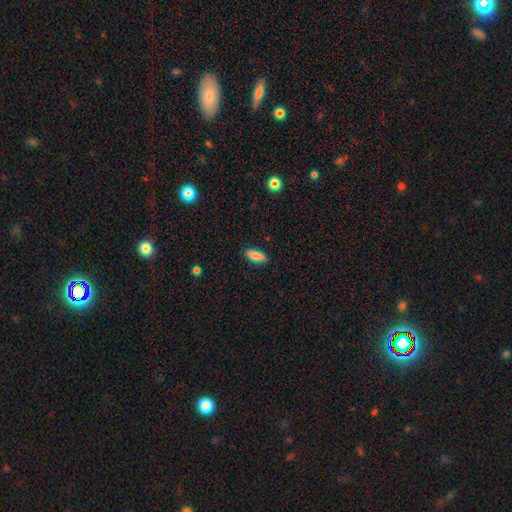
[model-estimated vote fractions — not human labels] Smooth or featured?
  - smooth: 86% *
  - featured or disk: 7%
  - star or artifact: 7%
How rounded?
  - in between: 68% *
  - cigar-shaped: 30%
  - round: 2%
Merging?
  - none: 87% *
  - minor disturbance: 10%
  - major disturbance: 2%
  - merger: 1%